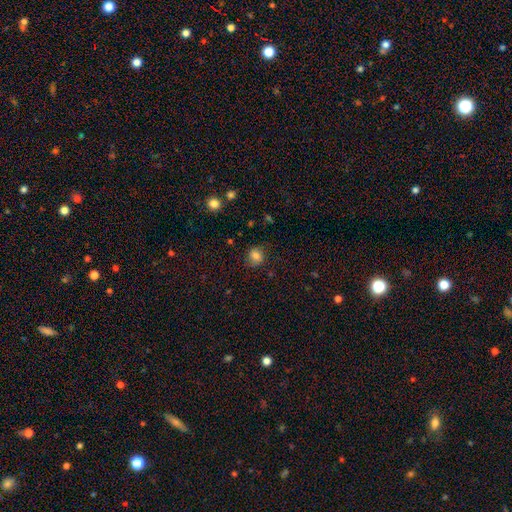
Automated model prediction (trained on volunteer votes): A smooth galaxy with no disk features (77%) that is round (75%). Merging: none (76%).